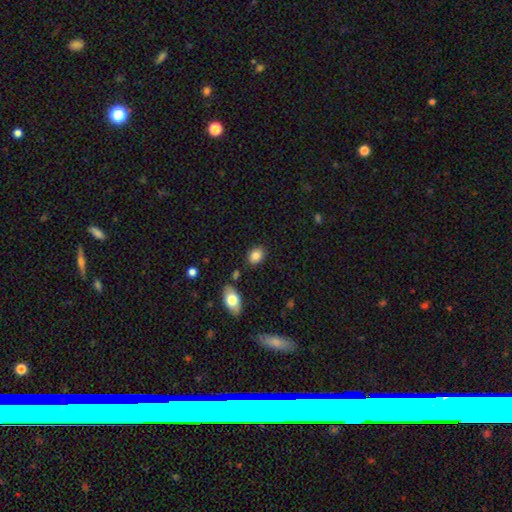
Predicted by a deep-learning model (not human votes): Smooth or featured? Predicted: smooth (p=0.84). How rounded? Predicted: in between (p=0.67). Merging? Predicted: none (p=0.83).